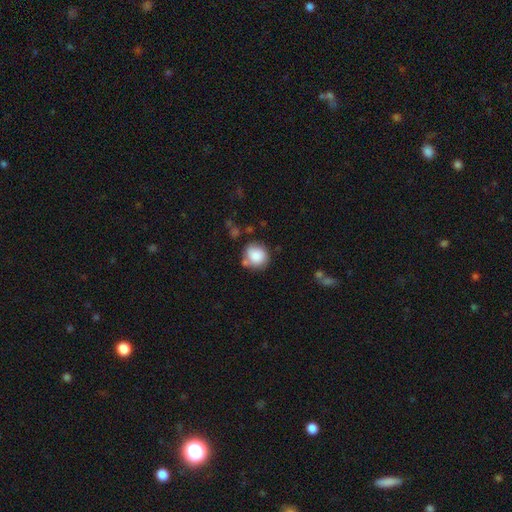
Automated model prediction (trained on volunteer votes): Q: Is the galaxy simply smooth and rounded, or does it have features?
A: smooth — 85%.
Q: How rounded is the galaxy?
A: round — 83%.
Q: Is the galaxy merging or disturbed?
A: none — 66%.